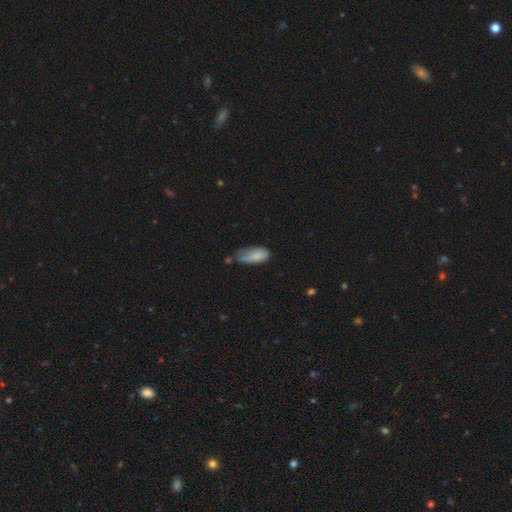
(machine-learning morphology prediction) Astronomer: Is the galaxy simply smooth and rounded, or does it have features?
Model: smooth — 79%.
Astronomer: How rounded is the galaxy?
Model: in between — 87%.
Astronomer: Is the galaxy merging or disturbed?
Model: minor disturbance — 43% (runner-up: none, 33%).